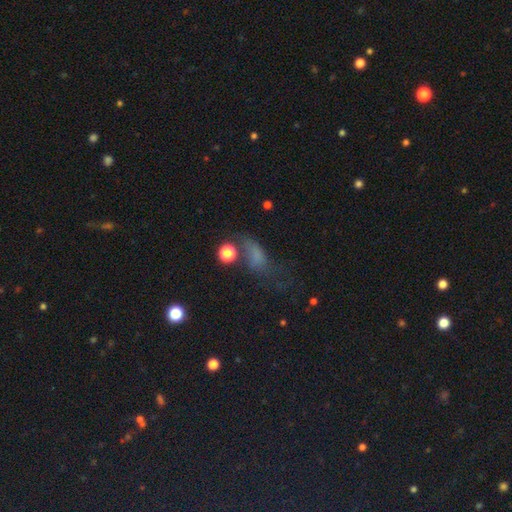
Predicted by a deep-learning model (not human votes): smooth 59%, star or artifact 23%, featured or disk 19%. Down the decision tree: how rounded — in between (71%); merging — none (37%).